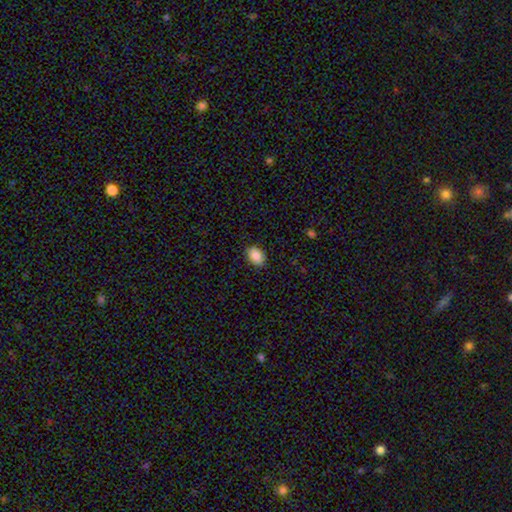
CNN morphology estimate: smooth_or_featured: smooth (p=0.88) [alt: star or artifact p=0.08]
how_rounded: in between (p=0.76) [alt: round p=0.23]
merging: none (p=0.88) [alt: minor disturbance p=0.09]